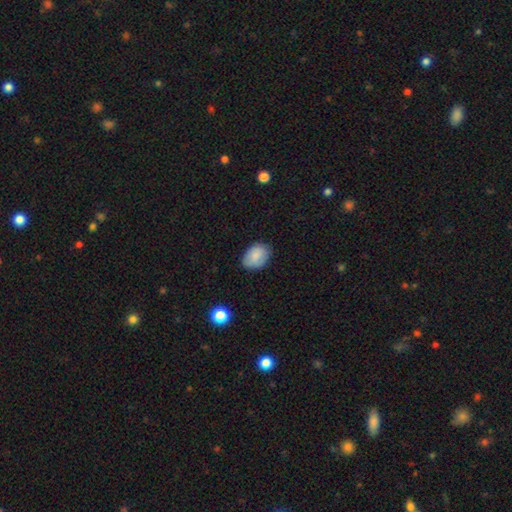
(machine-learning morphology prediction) smooth-or-featured: smooth: 84% | featured or disk: 9% | star or artifact: 8%
  how-rounded: in between: 78% | round: 21% | cigar-shaped: 1%
  merging: none: 72% | minor disturbance: 23% | major disturbance: 4% | merger: 1%